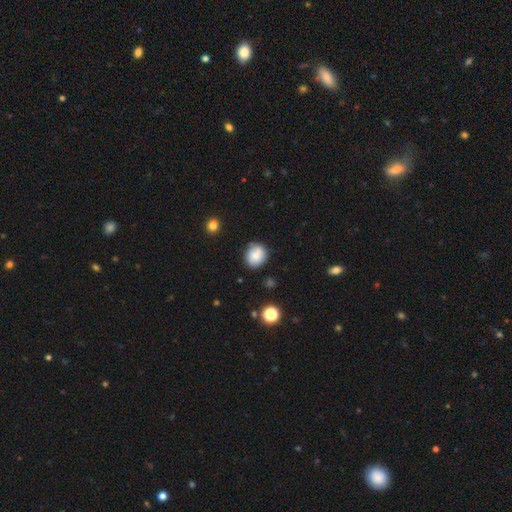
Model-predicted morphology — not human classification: type=smooth (73%); roundness=round (81%); merging=none (75%).